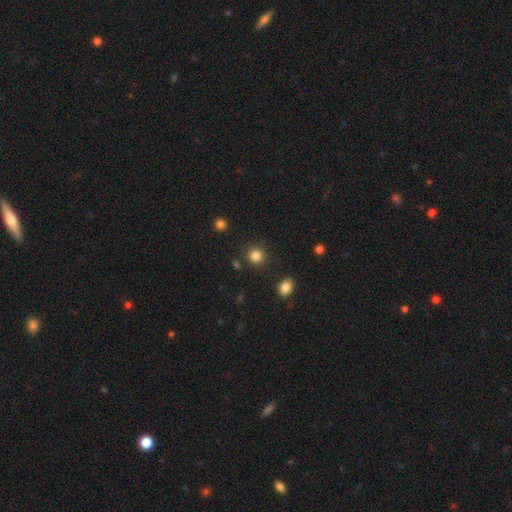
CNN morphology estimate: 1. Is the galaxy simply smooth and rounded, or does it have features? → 84% smooth, 12% star or artifact, 4% featured or disk.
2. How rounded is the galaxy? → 92% round, 7% in between, 1% cigar-shaped.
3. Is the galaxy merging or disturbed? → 88% none, 6% minor disturbance, 3% merger, 3% major disturbance.